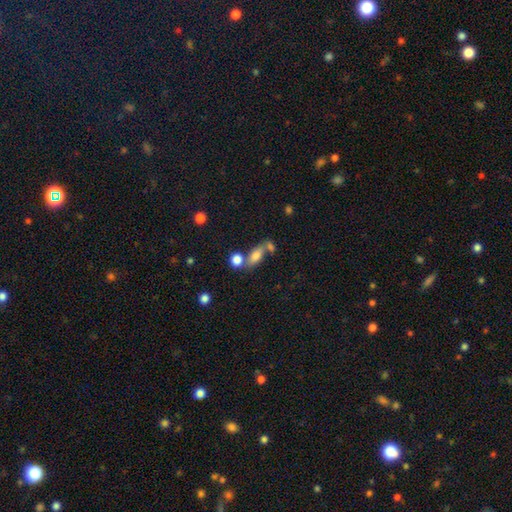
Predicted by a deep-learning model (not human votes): A smooth galaxy with no disk features (72%) that is in between round and cigar-shaped (70%).

Vote fractions:
- Smooth or featured? smooth: 72% / featured or disk: 17% / star or artifact: 11%
- How rounded? in between: 70% / cigar-shaped: 17% / round: 13%
- Merging? none: 46% / merger: 34% / minor disturbance: 13% / major disturbance: 7%